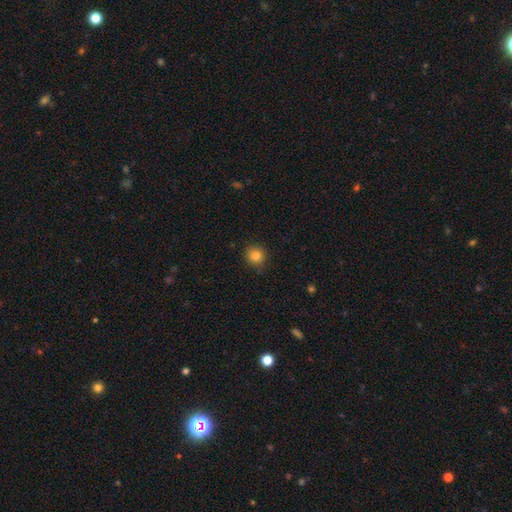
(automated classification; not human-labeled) This appears to be a smooth galaxy with no disk features (83%) that is round (91%). Merging: none (86%).